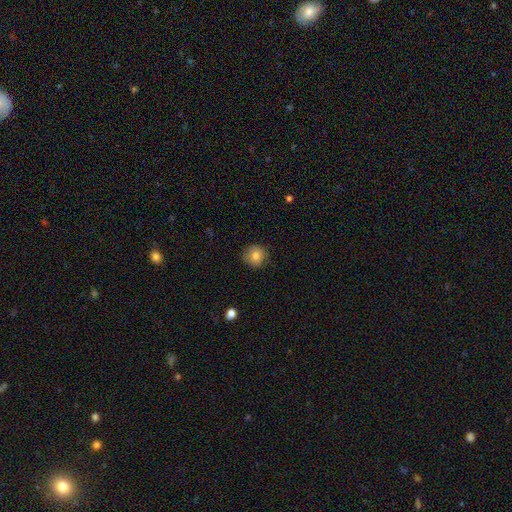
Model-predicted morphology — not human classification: This is clearly a smooth galaxy (82%). How rounded: clearly round (91%). Merging: clearly none (84%).